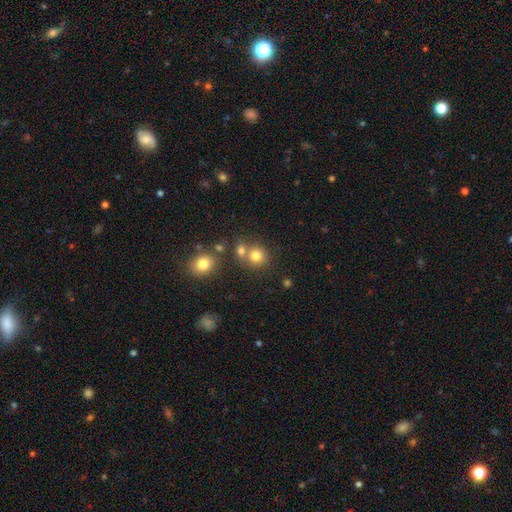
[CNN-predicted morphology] The model was most divided on "merging": none: 59%, merger: 28%, minor disturbance: 9%, major disturbance: 4%. More confident: how rounded — round (85%); smooth or featured — smooth (78%).